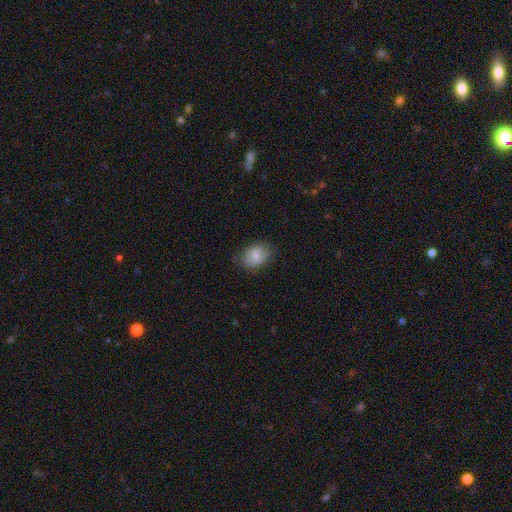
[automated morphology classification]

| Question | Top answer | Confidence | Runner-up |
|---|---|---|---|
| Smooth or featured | smooth | 75% | featured or disk (17%) |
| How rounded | in between | 75% | round (24%) |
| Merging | none | 73% | minor disturbance (20%) |